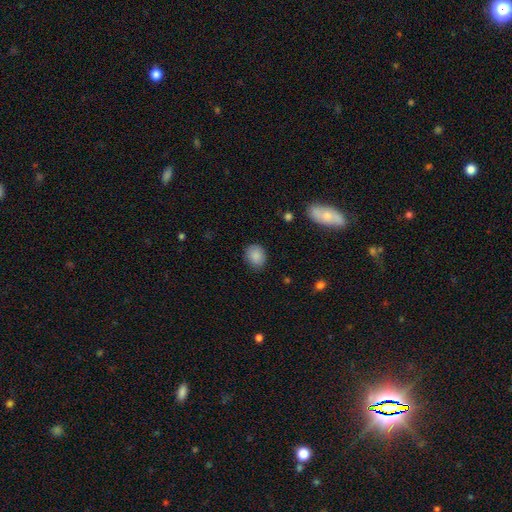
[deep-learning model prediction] This is clearly a smooth galaxy (87%). How rounded: possibly round (51%). Merging: clearly none (82%).